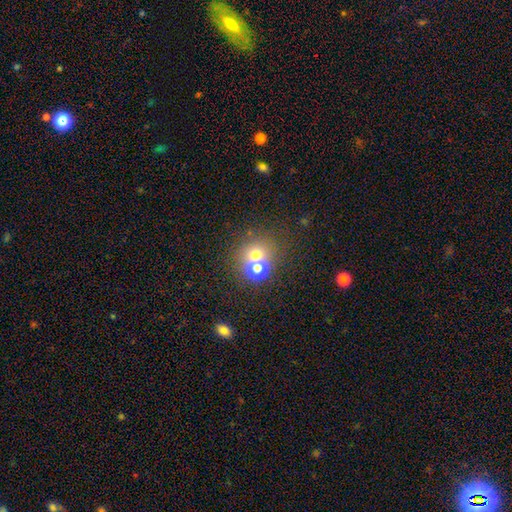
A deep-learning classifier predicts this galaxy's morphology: Smooth or featured? Predicted: smooth (p=0.67). How rounded? Predicted: round (p=0.81). Merging? Predicted: merger (p=0.59).